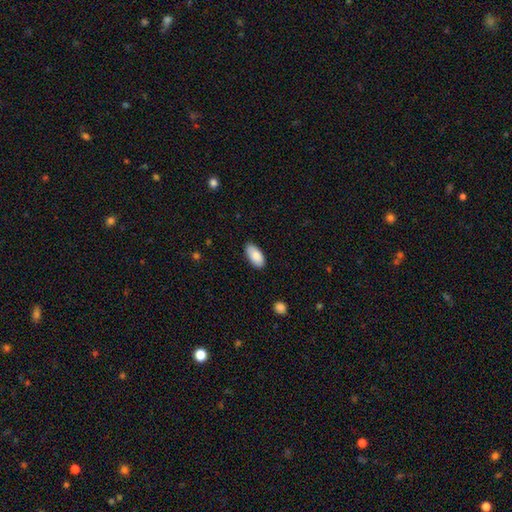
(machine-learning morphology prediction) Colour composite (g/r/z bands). It shows a smooth galaxy with no disk features (88%) that is in between round and cigar-shaped (94%). Merging: none (84%).